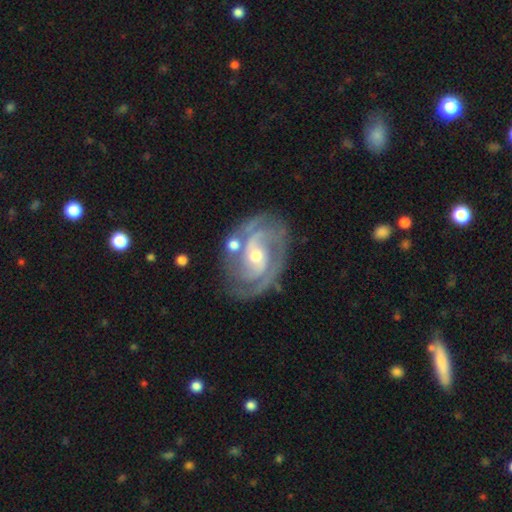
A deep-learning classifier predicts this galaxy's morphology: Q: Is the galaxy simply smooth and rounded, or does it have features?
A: featured or disk — 90%.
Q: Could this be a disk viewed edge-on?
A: no — 97%.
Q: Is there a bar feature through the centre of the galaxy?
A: no — 42%.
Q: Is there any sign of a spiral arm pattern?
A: yes — 98%.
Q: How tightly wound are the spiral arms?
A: tight — 51%.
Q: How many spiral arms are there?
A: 2 — 55%.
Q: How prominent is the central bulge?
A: moderate — 55%.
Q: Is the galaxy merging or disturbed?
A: none — 72%.